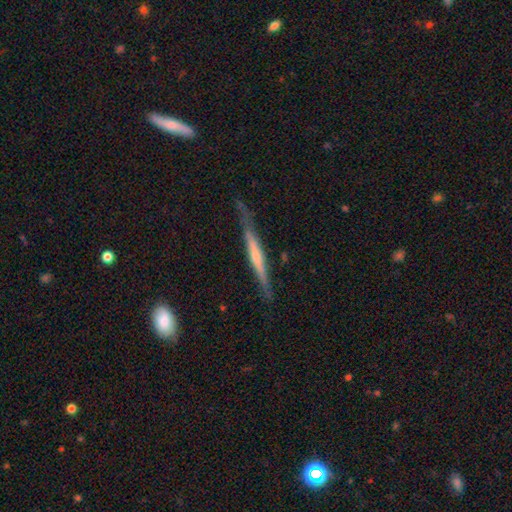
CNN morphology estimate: smooth-or-featured: featured or disk: 65% | smooth: 30% | star or artifact: 6%
  disk-edge-on: yes: 96% | no: 4%
    edge-on-bulge: rounded: 45% | none: 43% | boxy: 12%
  merging: none: 76% | minor disturbance: 18% | major disturbance: 4% | merger: 2%